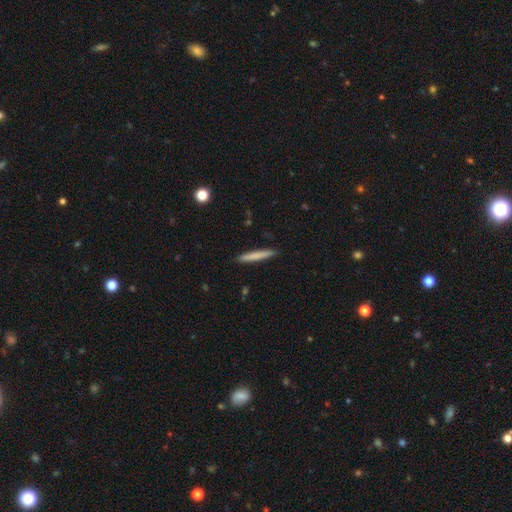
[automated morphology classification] Smooth or featured? smooth (76%)
How rounded? cigar-shaped (96%)
Merging? none (91%)